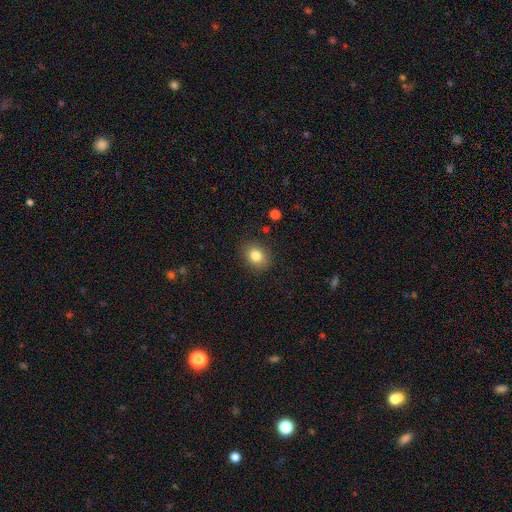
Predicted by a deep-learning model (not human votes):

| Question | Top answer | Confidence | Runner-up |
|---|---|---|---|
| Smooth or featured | smooth | 83% | star or artifact (10%) |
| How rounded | round | 57% | in between (42%) |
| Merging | none | 86% | minor disturbance (10%) |